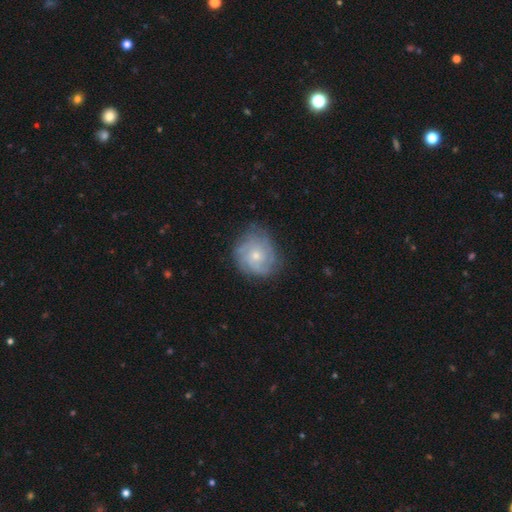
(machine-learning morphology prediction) Smooth or featured? featured or disk (66%)
Edge-on disk? no (97%)
Bar? no (83%)
Spiral arms? yes (86%)
Spiral winding? tight (61%)
Spiral arm count? can't tell (45%)
Bulge size? small (56%)
Merging? none (71%)